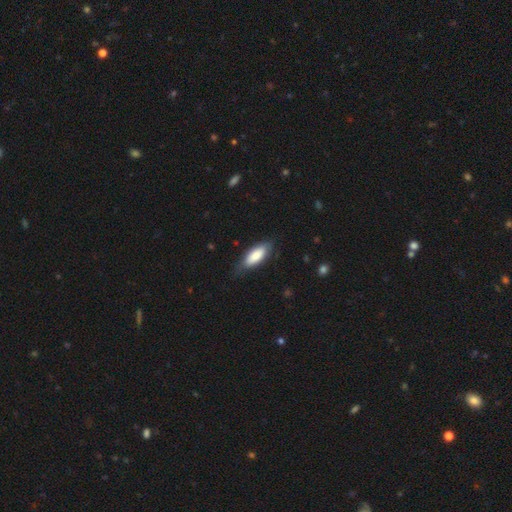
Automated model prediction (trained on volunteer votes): Q: Smooth or featured?
A: smooth (81%); runner-up: featured or disk (14%)
Q: How rounded?
A: in between (75%); runner-up: cigar-shaped (23%)
Q: Merging?
A: none (74%); runner-up: minor disturbance (21%)